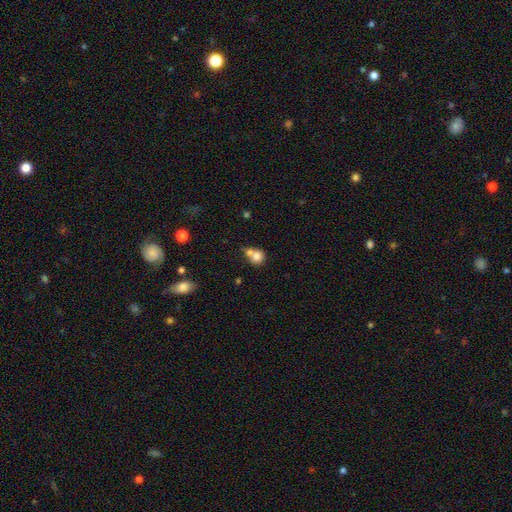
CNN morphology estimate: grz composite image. It shows a smooth galaxy with no disk features (77%) that is round (79%). Merging: merger (52%).